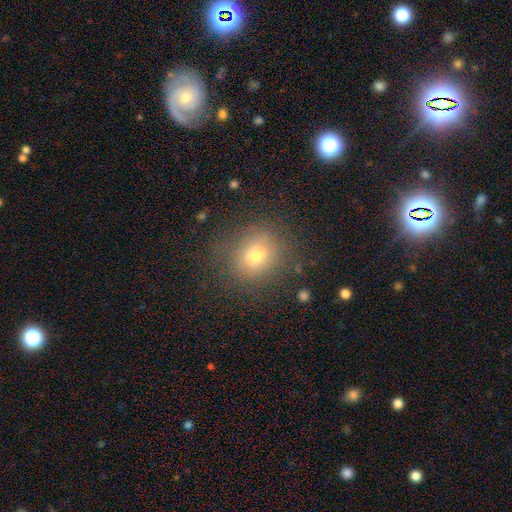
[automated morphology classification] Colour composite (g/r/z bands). It shows a smooth galaxy with no disk features (71%) that is round (79%). Merging: none (80%).